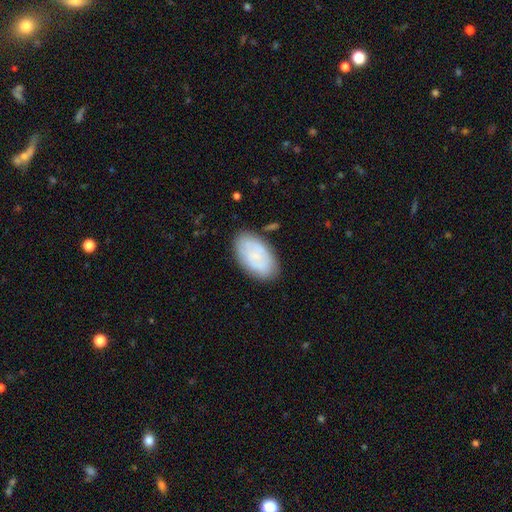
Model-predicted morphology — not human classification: smooth 59%, featured or disk 33%, star or artifact 8%. Down the decision tree: how rounded — in between (94%); merging — none (78%).